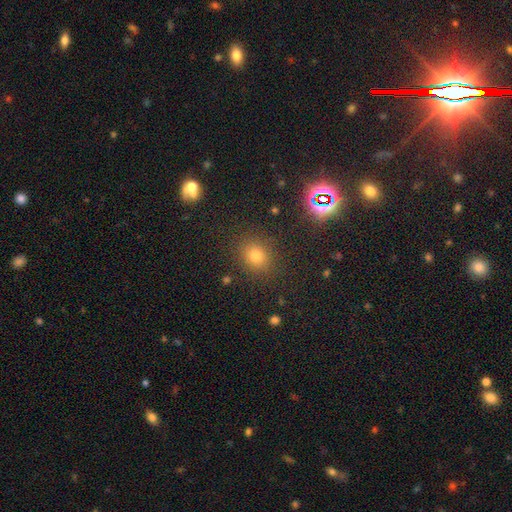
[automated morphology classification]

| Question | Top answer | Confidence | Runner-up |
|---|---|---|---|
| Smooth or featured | smooth | 69% | star or artifact (23%) |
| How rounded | round | 72% | in between (27%) |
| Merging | none | 87% | minor disturbance (8%) |